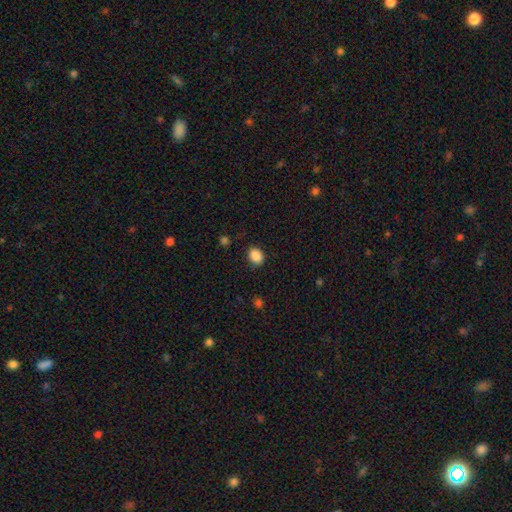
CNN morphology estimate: smooth_or_featured: smooth (p=0.88) [alt: star or artifact p=0.09]
how_rounded: in between (p=0.57) [alt: round p=0.42]
merging: none (p=0.85) [alt: minor disturbance p=0.10]